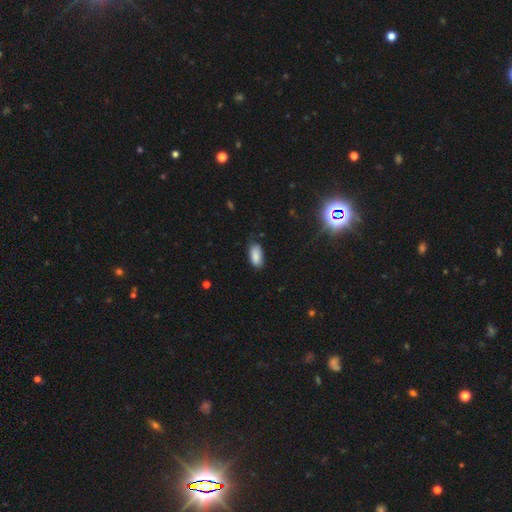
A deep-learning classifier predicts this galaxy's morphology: Smooth or featured?
  - smooth: 85% *
  - star or artifact: 9%
  - featured or disk: 6%
How rounded?
  - in between: 91% *
  - cigar-shaped: 7%
  - round: 2%
Merging?
  - none: 73% *
  - minor disturbance: 22%
  - major disturbance: 4%
  - merger: 1%